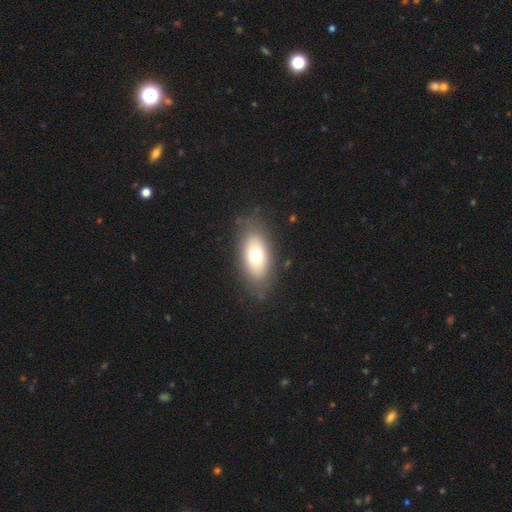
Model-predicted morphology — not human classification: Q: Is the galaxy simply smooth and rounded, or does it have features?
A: smooth — 68%.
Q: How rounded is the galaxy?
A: in between — 87%.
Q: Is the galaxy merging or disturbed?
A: none — 81%.